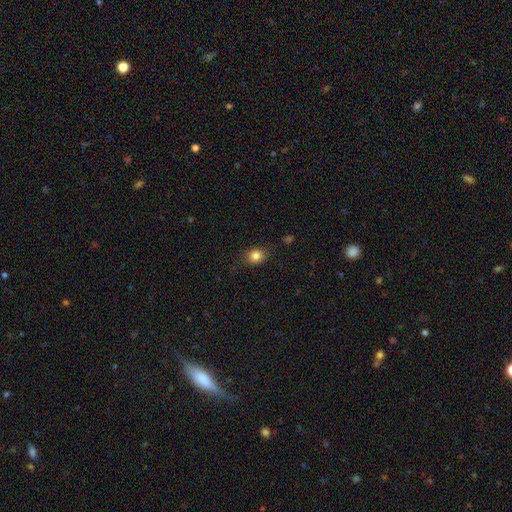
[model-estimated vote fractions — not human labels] Morphology: type=smooth (82%); roundness=round (62%); merging=none (79%).